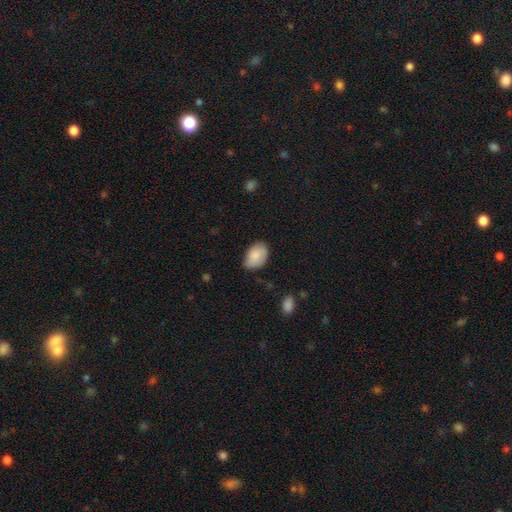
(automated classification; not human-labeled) Smooth or featured?
  - smooth: 84% *
  - featured or disk: 10%
  - star or artifact: 7%
How rounded?
  - in between: 87% *
  - round: 12%
  - cigar-shaped: 1%
Merging?
  - none: 71% *
  - minor disturbance: 24%
  - major disturbance: 4%
  - merger: 1%